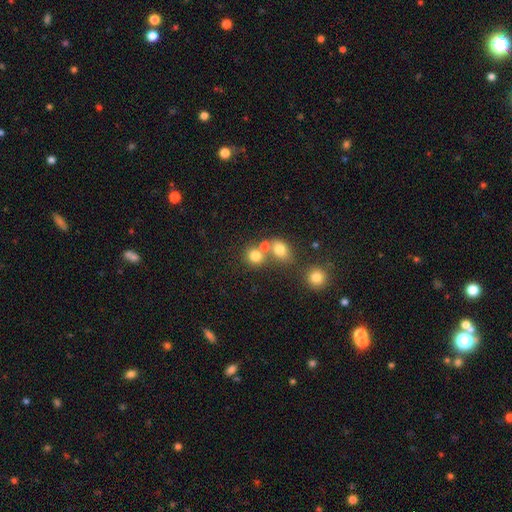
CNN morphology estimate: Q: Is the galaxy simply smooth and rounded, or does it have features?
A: smooth — 76%.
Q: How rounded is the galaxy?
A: round — 79%.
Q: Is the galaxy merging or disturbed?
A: none — 52%.